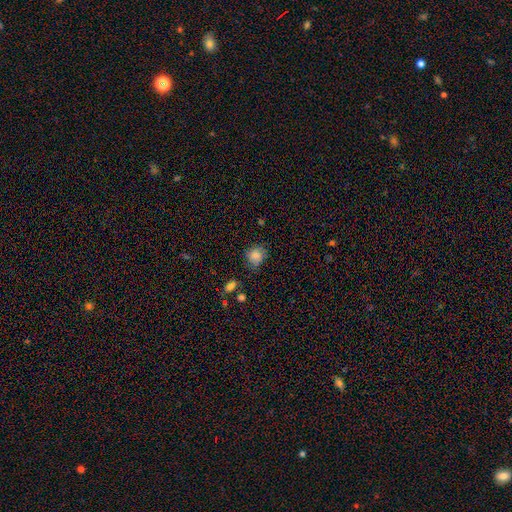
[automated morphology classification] This appears to be a smooth galaxy with no disk features (81%) that is round (74%). Merging: none (68%).